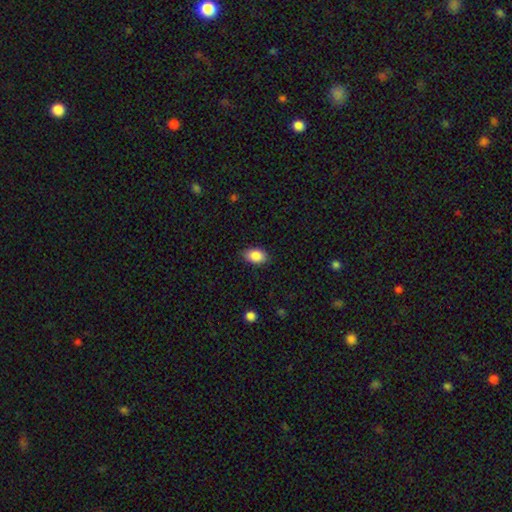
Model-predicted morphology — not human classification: Smooth or featured? Predicted: smooth (p=0.88). How rounded? Predicted: in between (p=0.90). Merging? Predicted: none (p=0.85).